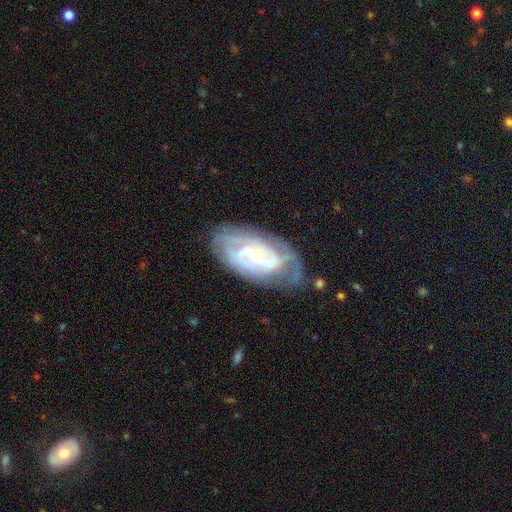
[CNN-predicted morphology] This appears to be a featured or disk galaxy (80%) with a weak bar (42%), tight (55%) spiral arms (91%) and a small central bulge (66%). Merging: none (66%).